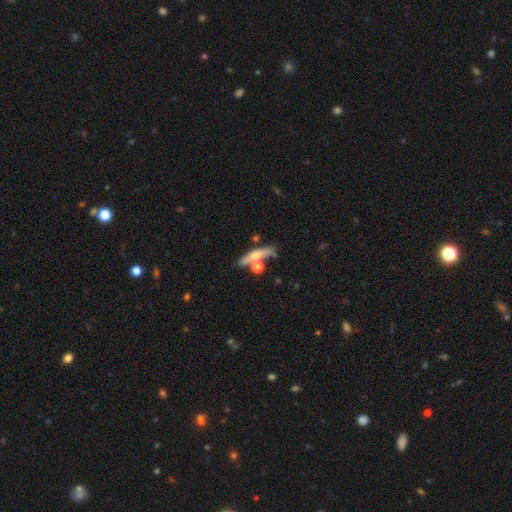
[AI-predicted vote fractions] Smooth or featured?
  - smooth: 47% *
  - featured or disk: 46%
  - star or artifact: 8%
Merging?
  - none: 66% *
  - merger: 18%
  - minor disturbance: 12%
  - major disturbance: 4%